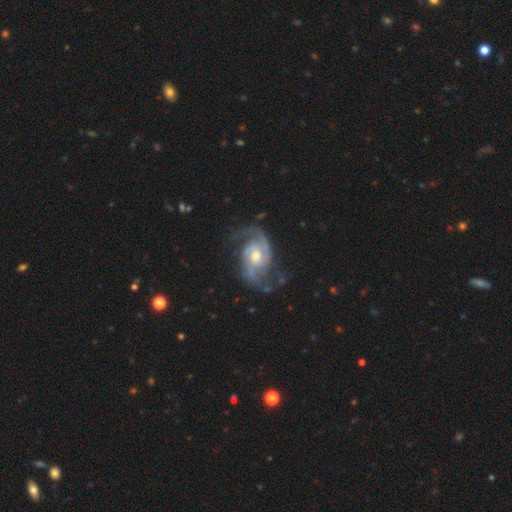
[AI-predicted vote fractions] A featured or disk galaxy (91%) with no bar (60%), 2 (82%) medium (52%) spiral arms (97%) and a moderate central bulge (69%). Merging: none (69%).